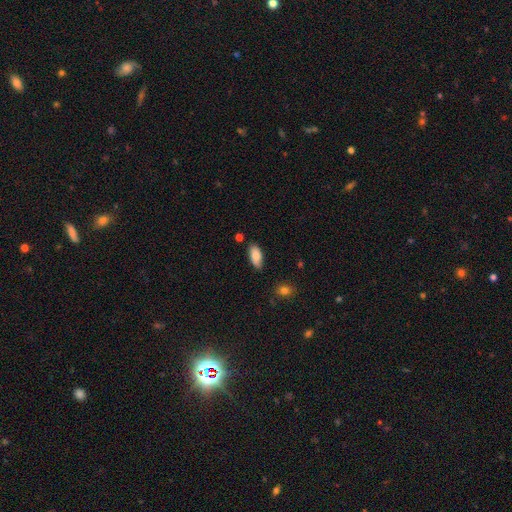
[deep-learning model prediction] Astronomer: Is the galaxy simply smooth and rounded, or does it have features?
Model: smooth — 86%.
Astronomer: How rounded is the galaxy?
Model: in between — 85%.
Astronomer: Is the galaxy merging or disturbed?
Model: none — 81%.